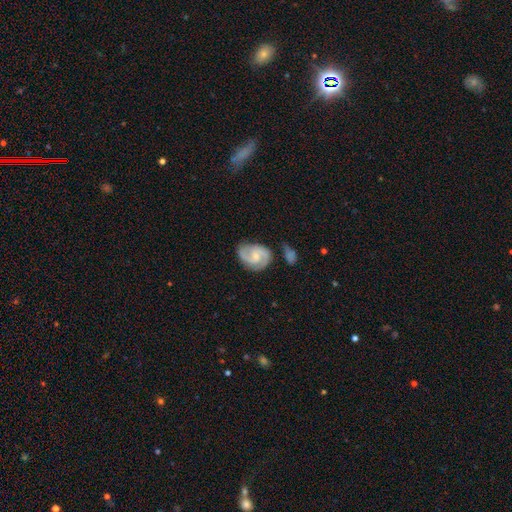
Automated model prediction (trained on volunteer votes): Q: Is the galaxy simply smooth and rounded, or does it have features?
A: featured or disk — 85%.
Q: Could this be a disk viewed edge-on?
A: no — 98%.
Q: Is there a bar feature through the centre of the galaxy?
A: no — 54%.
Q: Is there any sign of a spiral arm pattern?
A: yes — 97%.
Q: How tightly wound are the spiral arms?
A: medium — 51%.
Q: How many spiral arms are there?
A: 2 — 86%.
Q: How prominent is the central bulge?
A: small — 60%.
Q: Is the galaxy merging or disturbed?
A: none — 63%.